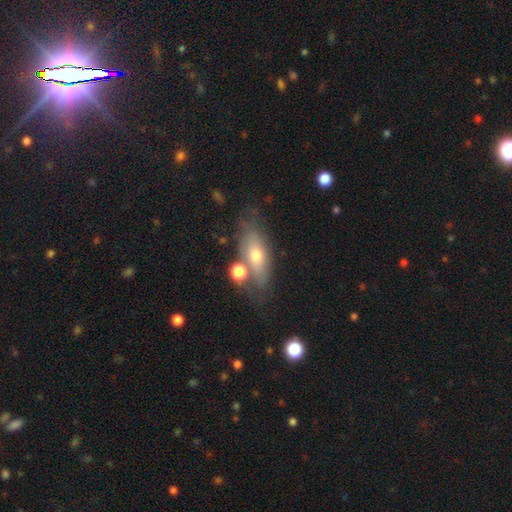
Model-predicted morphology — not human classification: Smooth or featured? smooth (55%)
How rounded? in between (74%)
Merging? none (58%)